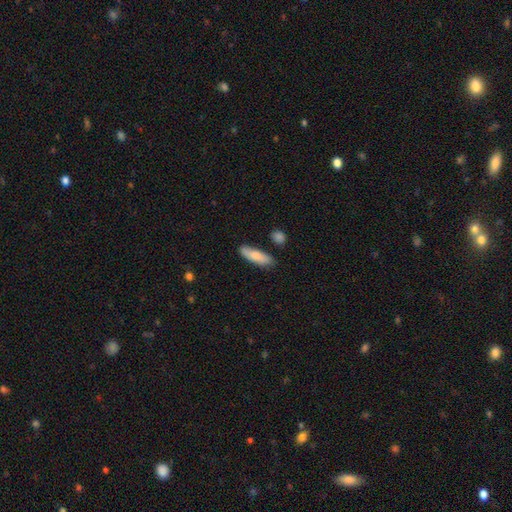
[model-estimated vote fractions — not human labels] Smooth or featured? smooth (79%)
How rounded? in between (49%)
Merging? none (75%)